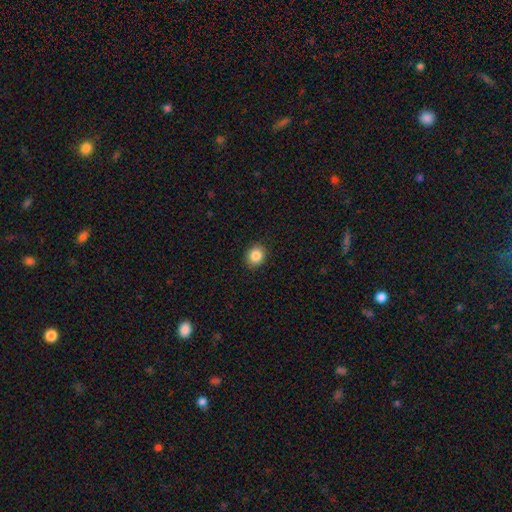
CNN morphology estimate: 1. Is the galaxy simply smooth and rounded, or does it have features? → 86% smooth, 9% star or artifact, 5% featured or disk.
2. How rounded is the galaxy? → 70% round, 29% in between, 1% cigar-shaped.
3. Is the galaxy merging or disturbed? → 90% none, 7% minor disturbance, 2% major disturbance, 1% merger.